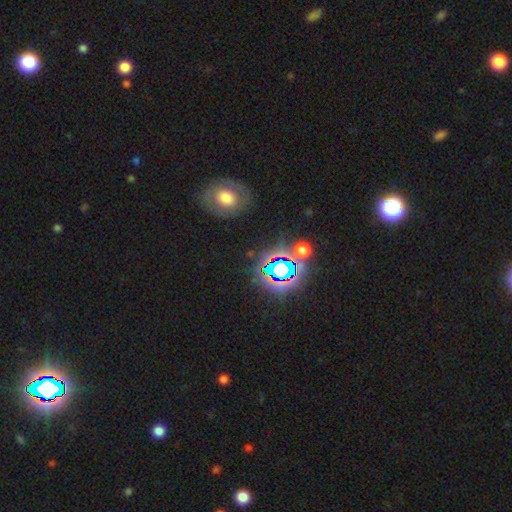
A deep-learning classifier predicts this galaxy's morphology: type=star or artifact (52%).